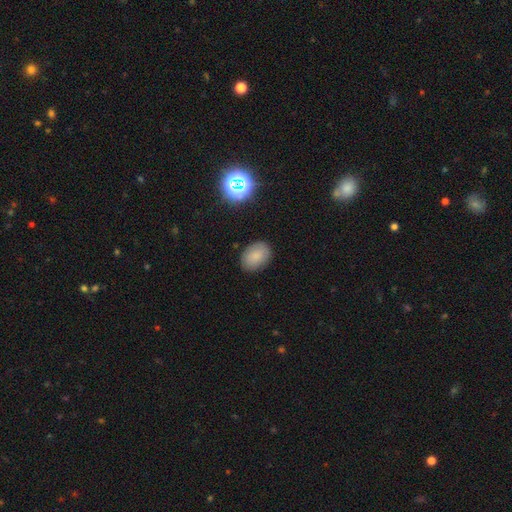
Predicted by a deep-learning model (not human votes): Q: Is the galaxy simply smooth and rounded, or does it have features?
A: smooth — 83%.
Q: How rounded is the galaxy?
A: in between — 78%.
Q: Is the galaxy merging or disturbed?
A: none — 86%.